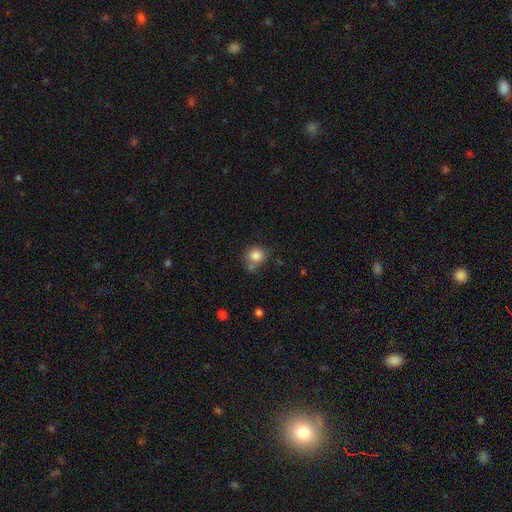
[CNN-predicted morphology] type=smooth (84%); roundness=round (78%); merging=none (58%).